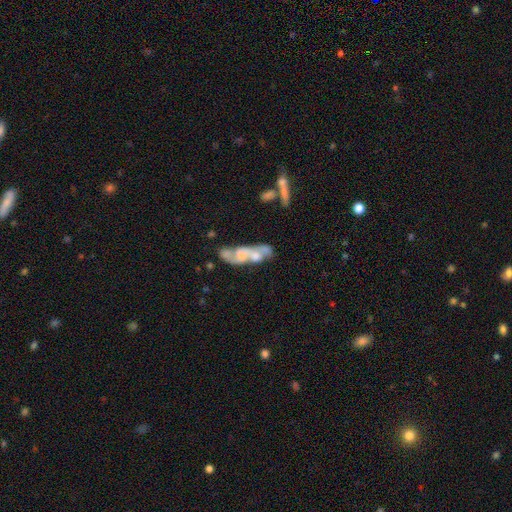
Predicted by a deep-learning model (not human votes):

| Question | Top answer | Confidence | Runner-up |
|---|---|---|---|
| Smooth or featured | featured or disk | 59% | smooth (33%) |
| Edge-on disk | no | 87% | yes (13%) |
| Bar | no | 69% | weak (24%) |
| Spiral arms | yes | 59% | no (41%) |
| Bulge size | none | 35% | moderate (28%) |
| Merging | merger | 39% | none (30%) |